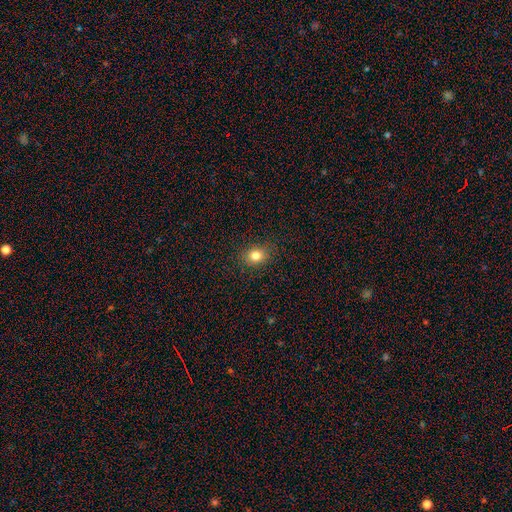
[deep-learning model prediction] Smooth or featured?
  - smooth: 81% *
  - star or artifact: 12%
  - featured or disk: 7%
How rounded?
  - round: 51% *
  - in between: 48%
  - cigar-shaped: 1%
Merging?
  - none: 87% *
  - minor disturbance: 9%
  - major disturbance: 3%
  - merger: 1%